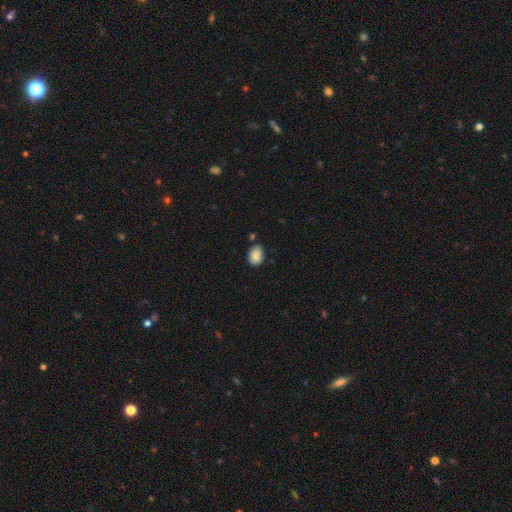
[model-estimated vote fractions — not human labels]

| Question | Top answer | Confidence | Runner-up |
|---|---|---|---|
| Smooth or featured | smooth | 88% | star or artifact (8%) |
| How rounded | in between | 74% | round (25%) |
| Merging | none | 73% | minor disturbance (19%) |